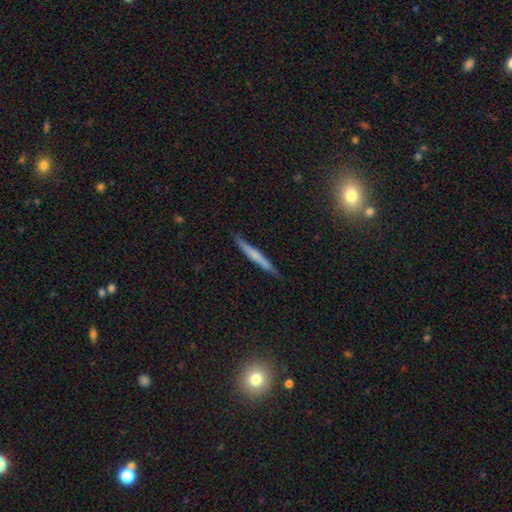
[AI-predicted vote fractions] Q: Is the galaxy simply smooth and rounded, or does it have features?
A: smooth — 52%.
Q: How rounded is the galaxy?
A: cigar-shaped — 96%.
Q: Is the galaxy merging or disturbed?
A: none — 84%.